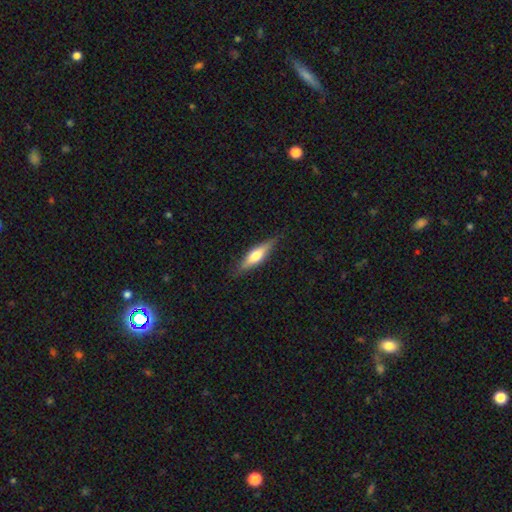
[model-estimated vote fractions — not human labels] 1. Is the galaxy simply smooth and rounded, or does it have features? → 49% featured or disk, 46% smooth, 6% star or artifact.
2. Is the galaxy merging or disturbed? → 85% none, 12% minor disturbance, 2% major disturbance, 1% merger.